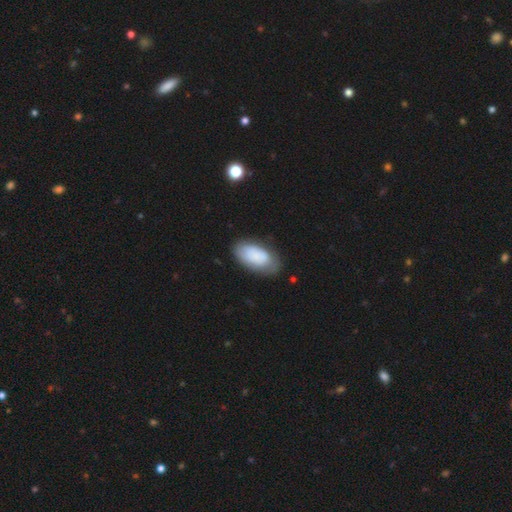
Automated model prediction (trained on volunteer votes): Smooth or featured? smooth (75%)
How rounded? in between (95%)
Merging? none (65%)